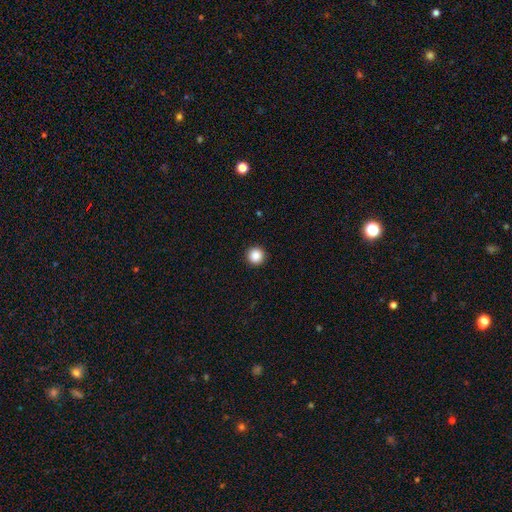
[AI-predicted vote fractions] smooth 88%, star or artifact 10%, featured or disk 3%. Down the decision tree: how rounded — round (97%); merging — none (94%).